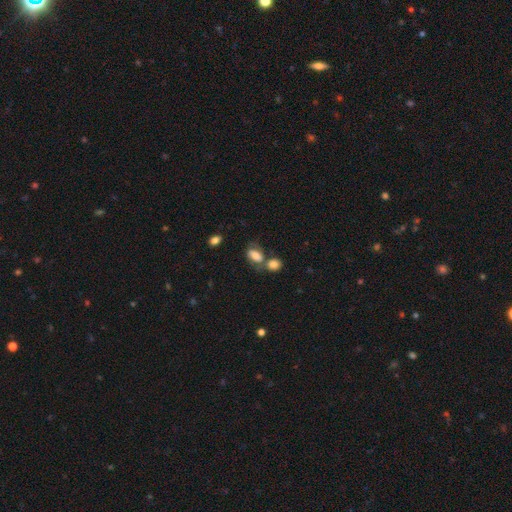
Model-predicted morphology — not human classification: smooth_or_featured: smooth (p=0.74) [alt: featured or disk p=0.17]
how_rounded: in between (p=0.83) [alt: round p=0.14]
merging: merger (p=0.39) [alt: none p=0.37]